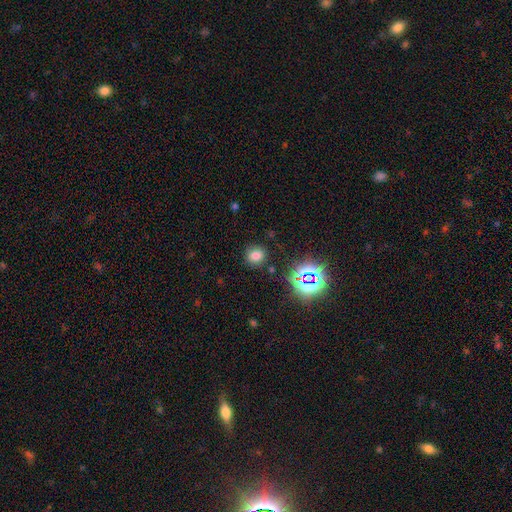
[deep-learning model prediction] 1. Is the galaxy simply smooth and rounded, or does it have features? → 70% smooth, 22% star or artifact, 8% featured or disk.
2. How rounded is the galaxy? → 80% round, 19% in between, 1% cigar-shaped.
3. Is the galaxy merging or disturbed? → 85% none, 9% minor disturbance, 3% major disturbance, 3% merger.